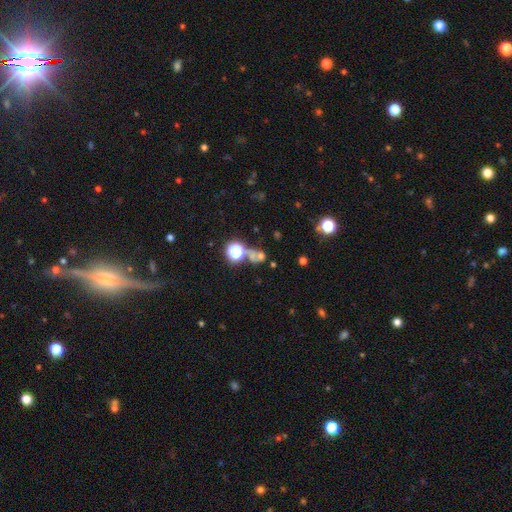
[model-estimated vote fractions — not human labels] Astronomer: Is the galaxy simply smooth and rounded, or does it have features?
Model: smooth — 47% (runner-up: star or artifact, 36%).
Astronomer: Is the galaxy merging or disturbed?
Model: merger — 40% (runner-up: none, 38%).